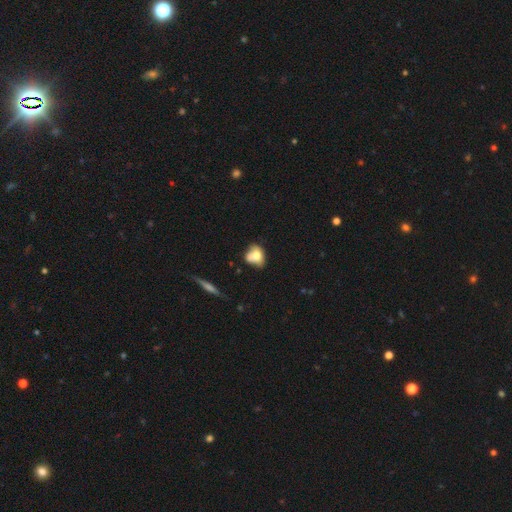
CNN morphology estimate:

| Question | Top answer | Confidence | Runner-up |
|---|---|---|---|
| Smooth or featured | smooth | 68% | featured or disk (22%) |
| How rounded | in between | 51% | round (47%) |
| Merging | none | 39% | minor disturbance (30%) |